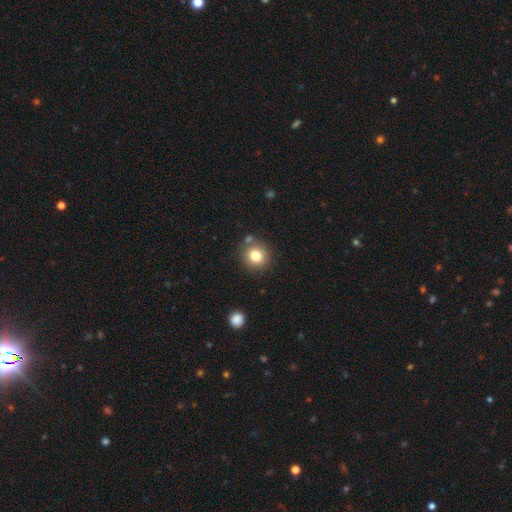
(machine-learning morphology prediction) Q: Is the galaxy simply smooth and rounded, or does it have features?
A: smooth — 80%.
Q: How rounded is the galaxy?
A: round — 89%.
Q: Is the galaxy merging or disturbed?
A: none — 78%.